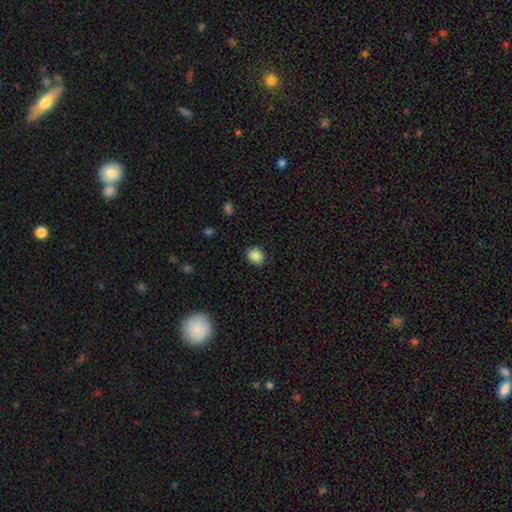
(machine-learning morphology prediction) Smooth or featured?
  - smooth: 87% *
  - star or artifact: 10%
  - featured or disk: 4%
How rounded?
  - round: 72% *
  - in between: 27%
  - cigar-shaped: 1%
Merging?
  - none: 89% *
  - minor disturbance: 8%
  - major disturbance: 2%
  - merger: 1%